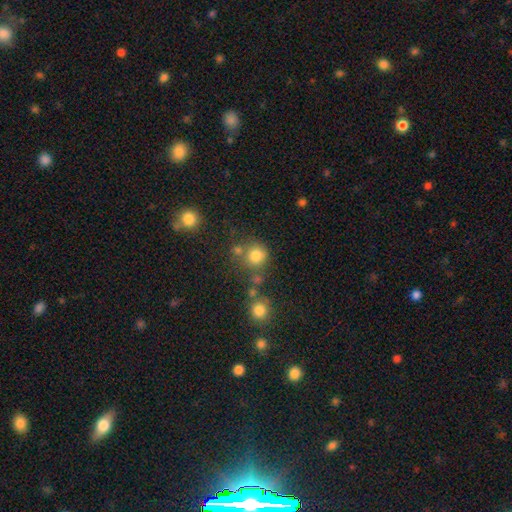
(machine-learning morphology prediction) A smooth galaxy with no disk features (78%) that is round (91%). Merging: none (67%).